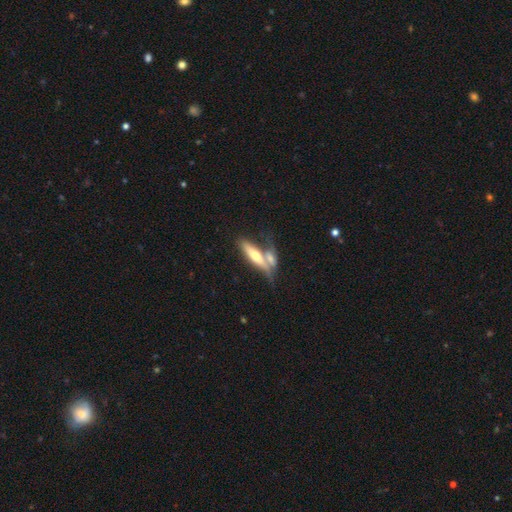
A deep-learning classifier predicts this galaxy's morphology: This appears to be a smooth galaxy with no disk features (49%). Merging: merger (46%).